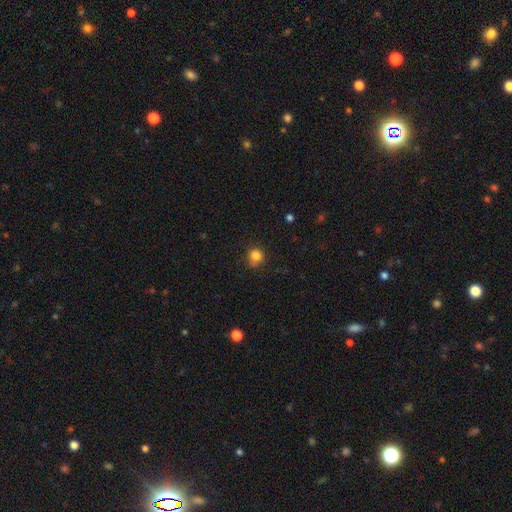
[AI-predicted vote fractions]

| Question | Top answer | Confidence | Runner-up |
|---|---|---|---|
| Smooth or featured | smooth | 83% | star or artifact (12%) |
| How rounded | round | 79% | in between (20%) |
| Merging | none | 68% | minor disturbance (24%) |